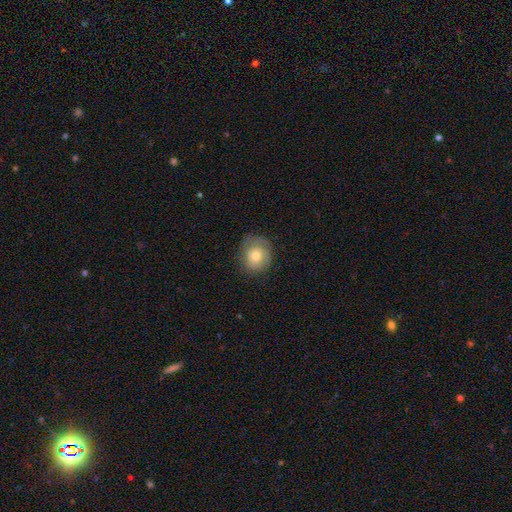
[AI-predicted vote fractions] Smooth or featured: smooth — 61% (featured or disk — 31%)
How rounded: round — 75% (in between — 24%)
Merging: none — 66% (minor disturbance — 23%)